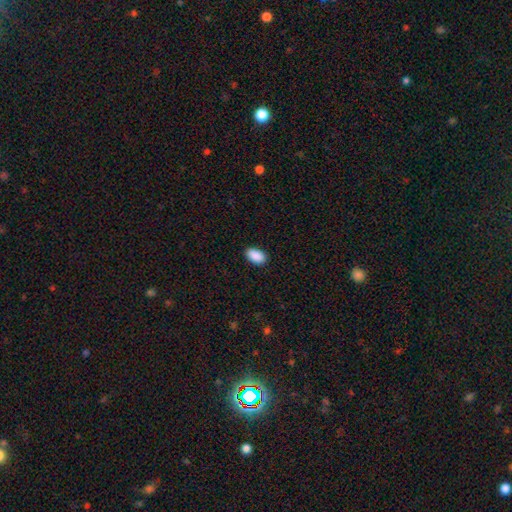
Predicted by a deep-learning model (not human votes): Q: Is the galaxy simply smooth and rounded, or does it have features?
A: smooth — 91%.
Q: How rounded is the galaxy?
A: in between — 93%.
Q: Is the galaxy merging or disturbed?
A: none — 89%.